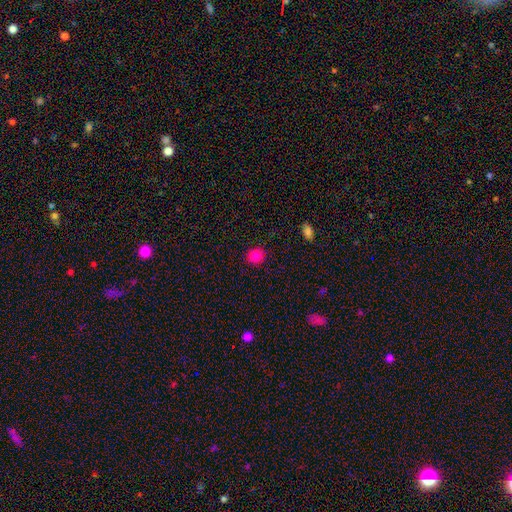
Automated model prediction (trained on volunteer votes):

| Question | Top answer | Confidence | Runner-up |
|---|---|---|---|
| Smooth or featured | smooth | 83% | star or artifact (11%) |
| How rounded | round | 81% | in between (18%) |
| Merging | none | 90% | minor disturbance (7%) |